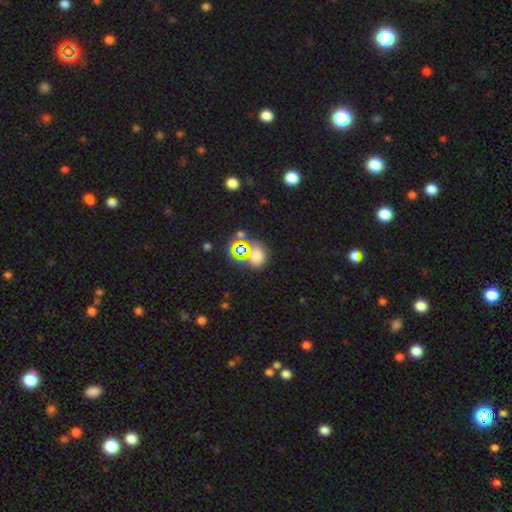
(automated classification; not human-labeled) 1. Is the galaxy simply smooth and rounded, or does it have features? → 55% smooth, 34% star or artifact, 11% featured or disk.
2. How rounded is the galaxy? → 61% round, 38% in between, 1% cigar-shaped.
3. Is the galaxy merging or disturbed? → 53% none, 24% merger, 14% minor disturbance, 9% major disturbance.